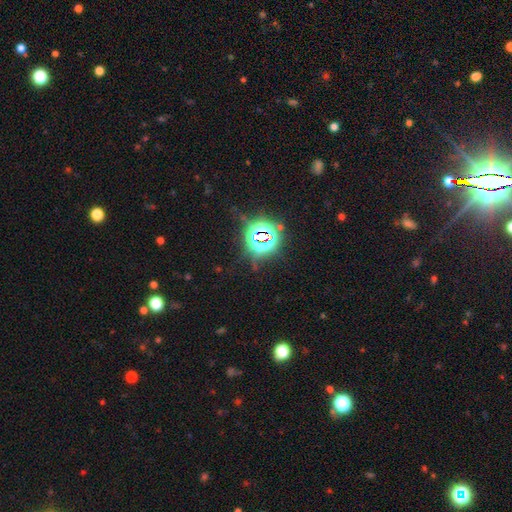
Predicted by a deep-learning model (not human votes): Smooth or featured? Predicted: star or artifact (p=0.81).